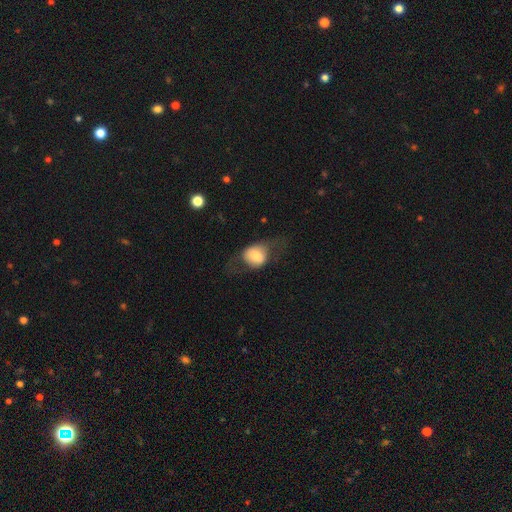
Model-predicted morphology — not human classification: Smooth or featured? smooth (60%)
How rounded? round (58%)
Merging? none (52%)